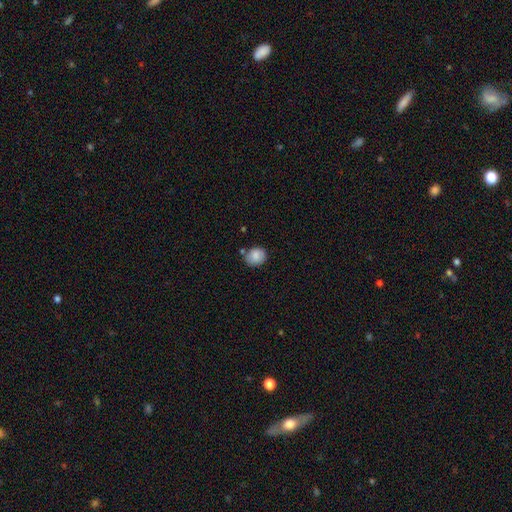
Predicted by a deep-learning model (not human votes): A smooth galaxy with no disk features (86%) that is round (68%).

Vote fractions:
- Smooth or featured? smooth: 86% / star or artifact: 8% / featured or disk: 7%
- How rounded? round: 68% / in between: 31% / cigar-shaped: 1%
- Merging? none: 73% / minor disturbance: 16% / merger: 7% / major disturbance: 3%